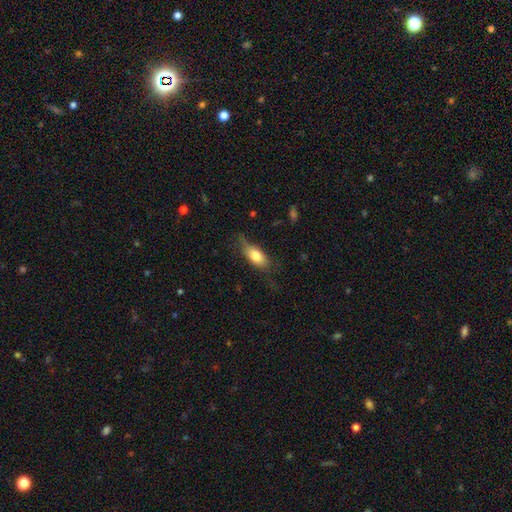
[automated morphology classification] Smooth or featured?
  - smooth: 74% *
  - featured or disk: 19%
  - star or artifact: 7%
How rounded?
  - in between: 82% *
  - cigar-shaped: 13%
  - round: 4%
Merging?
  - none: 52% *
  - minor disturbance: 31%
  - major disturbance: 15%
  - merger: 2%